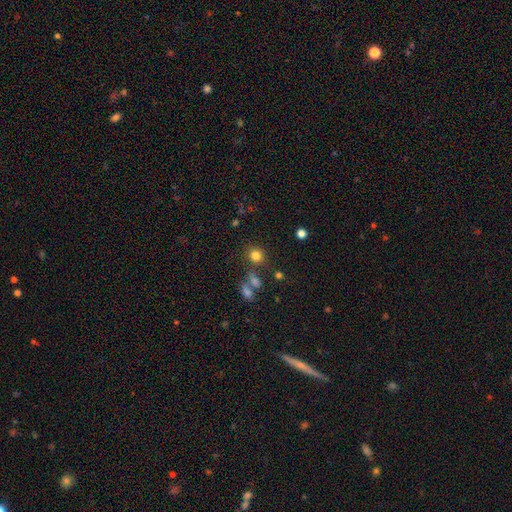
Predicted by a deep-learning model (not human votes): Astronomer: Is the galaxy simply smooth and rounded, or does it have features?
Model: smooth — 79%.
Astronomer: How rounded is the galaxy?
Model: round — 83%.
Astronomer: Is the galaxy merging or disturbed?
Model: none — 76%.